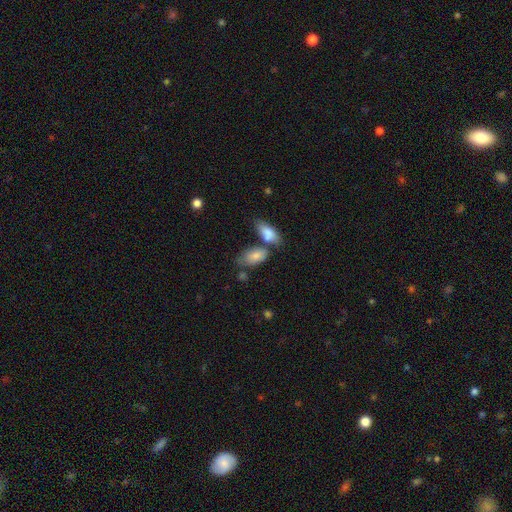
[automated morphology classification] Smooth or featured? Predicted: smooth (p=0.80). How rounded? Predicted: in between (p=0.92). Merging? Predicted: none (p=0.41).